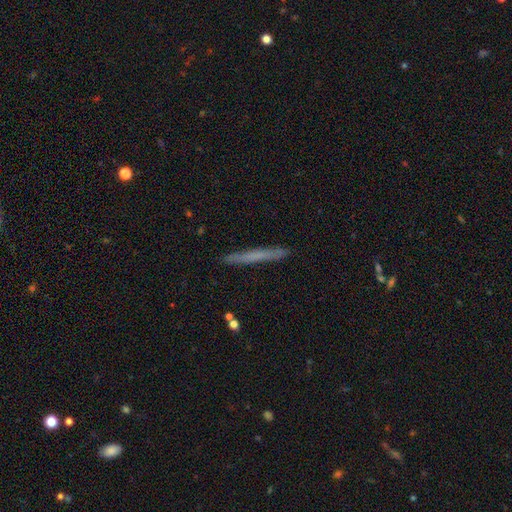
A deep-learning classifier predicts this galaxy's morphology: Smooth or featured: smooth — 56% (featured or disk — 37%)
How rounded: cigar-shaped — 97% (in between — 2%)
Merging: none — 91% (minor disturbance — 7%)